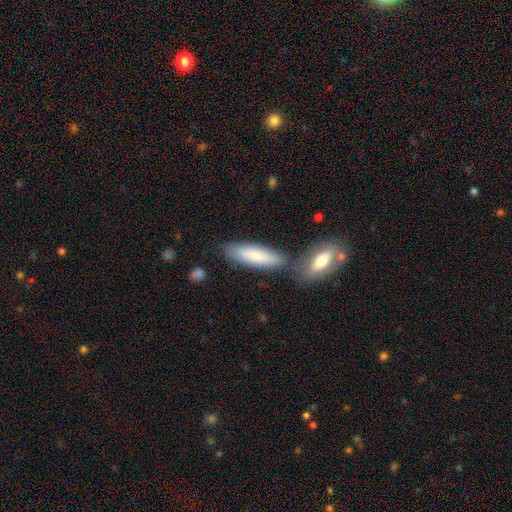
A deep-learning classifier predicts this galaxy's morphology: smooth 78%, featured or disk 16%, star or artifact 6%. Down the decision tree: how rounded — cigar-shaped (58%); merging — none (65%).